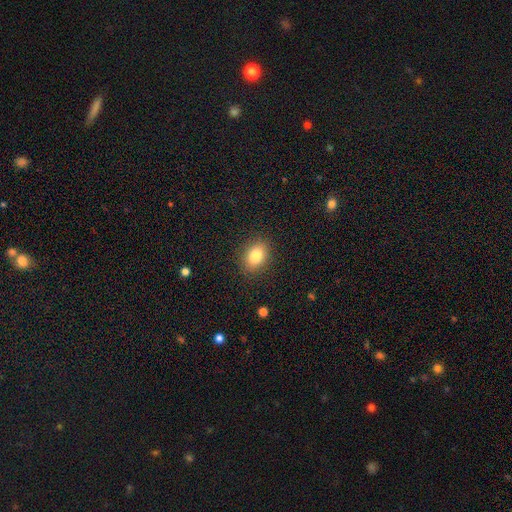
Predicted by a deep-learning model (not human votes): Smooth or featured: smooth — 83% (star or artifact — 9%)
How rounded: in between — 72% (round — 26%)
Merging: none — 88% (minor disturbance — 9%)